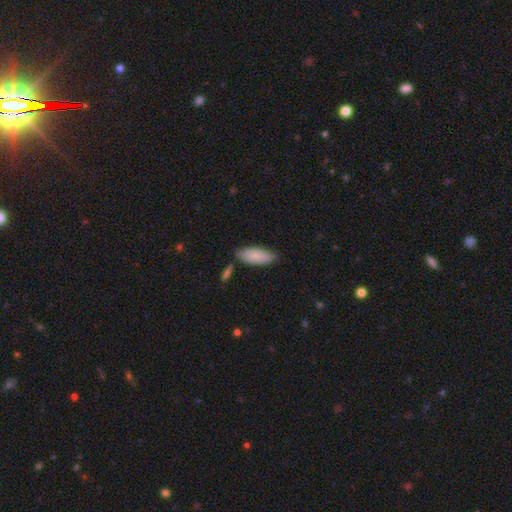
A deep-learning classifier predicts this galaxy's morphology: type=smooth (86%); roundness=in between (77%); merging=none (77%).